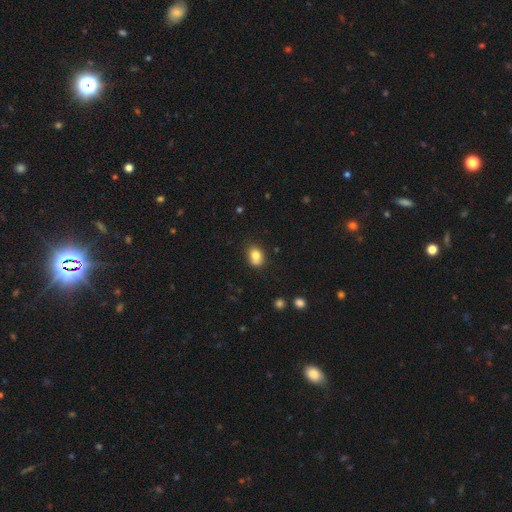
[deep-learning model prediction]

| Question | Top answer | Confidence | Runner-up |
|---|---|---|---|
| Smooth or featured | smooth | 79% | featured or disk (11%) |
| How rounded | in between | 66% | round (33%) |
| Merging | none | 61% | minor disturbance (23%) |